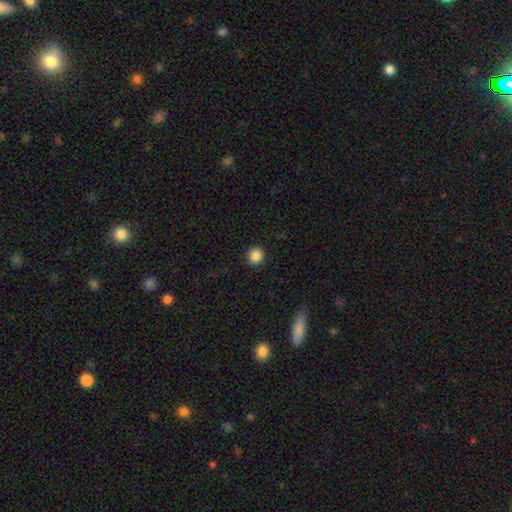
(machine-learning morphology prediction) Q: Smooth or featured?
A: smooth (87%); runner-up: star or artifact (10%)
Q: How rounded?
A: round (92%); runner-up: in between (7%)
Q: Merging?
A: none (92%); runner-up: minor disturbance (5%)